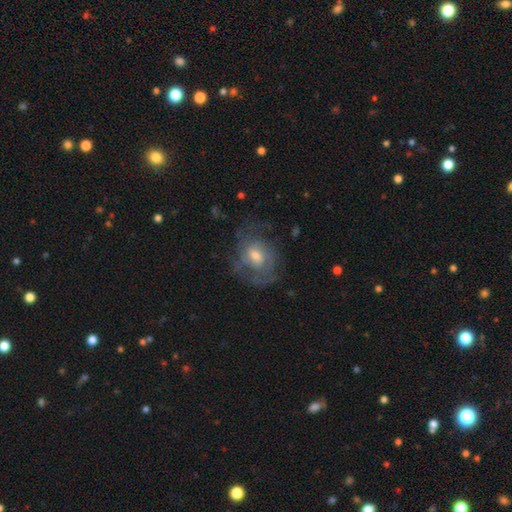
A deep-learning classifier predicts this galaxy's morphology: type=featured or disk (68%); edge-on=no (97%); bar=no (56%); spiral arms=yes (77%); winding=tight (44%); arm count=can't tell (47%); bulge=moderate (54%); merging=none (59%).